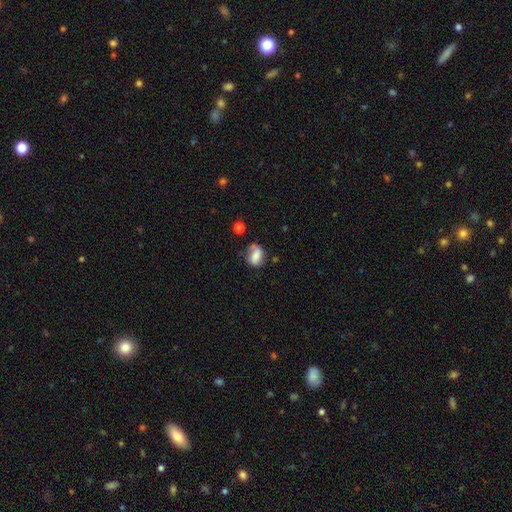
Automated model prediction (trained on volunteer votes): The model was most divided on "merging": none: 45%, minor disturbance: 31%, major disturbance: 15%, merger: 9%. More confident: how rounded — in between (70%); smooth or featured — smooth (63%).